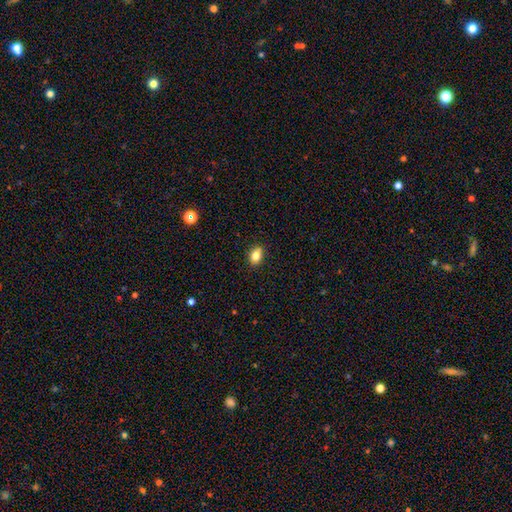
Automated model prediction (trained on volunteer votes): smooth_or_featured: smooth (p=0.81) [alt: star or artifact p=0.11]
how_rounded: in between (p=0.72) [alt: round p=0.26]
merging: none (p=0.84) [alt: minor disturbance p=0.12]